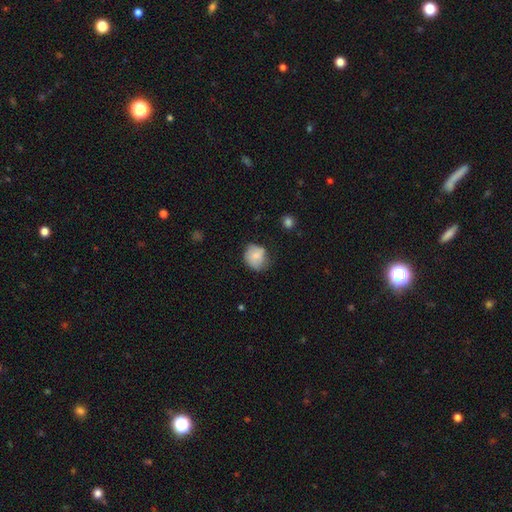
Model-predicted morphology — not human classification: Smooth or featured: smooth — 73% (featured or disk — 19%)
How rounded: round — 66% (in between — 33%)
Merging: none — 57% (minor disturbance — 33%)